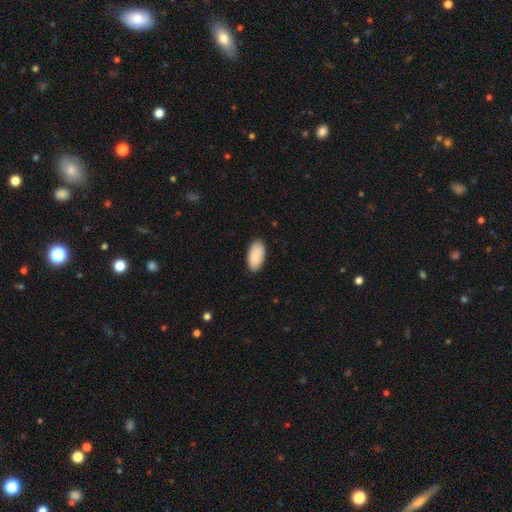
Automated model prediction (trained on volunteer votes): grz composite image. It shows a smooth galaxy with no disk features (91%) that is in between round and cigar-shaped (96%). Merging: none (89%).